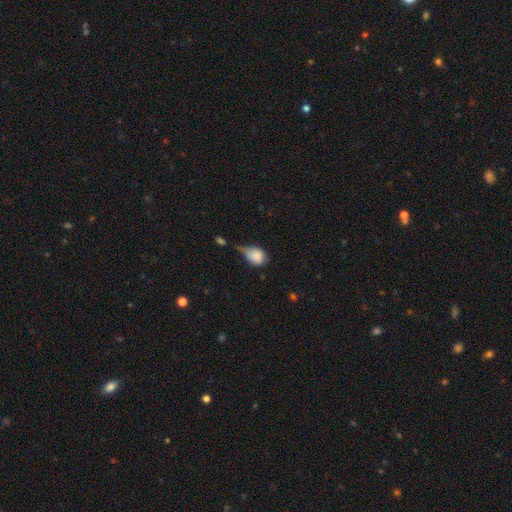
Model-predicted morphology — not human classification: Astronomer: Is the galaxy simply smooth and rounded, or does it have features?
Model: smooth — 81%.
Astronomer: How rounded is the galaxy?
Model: in between — 62%.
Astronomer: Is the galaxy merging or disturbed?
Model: minor disturbance — 44% (runner-up: major disturbance, 25%).